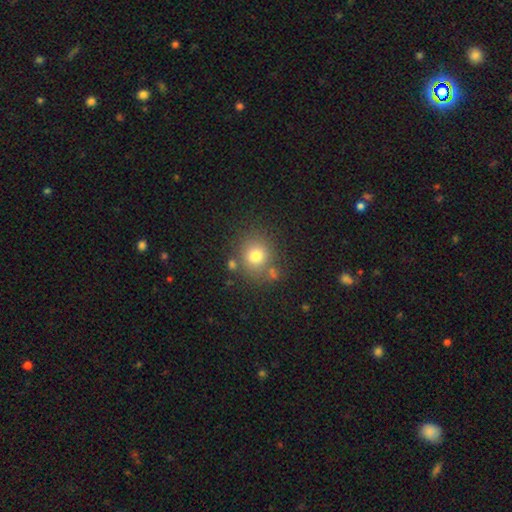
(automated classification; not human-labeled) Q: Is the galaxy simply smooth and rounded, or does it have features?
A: smooth — 75%.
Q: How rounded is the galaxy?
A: round — 84%.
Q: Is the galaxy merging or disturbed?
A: none — 76%.